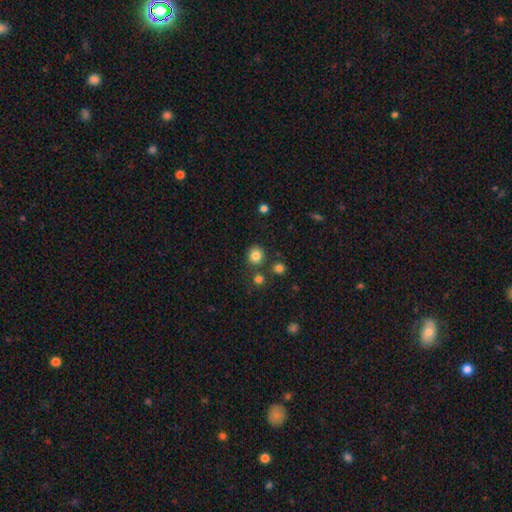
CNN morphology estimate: Smooth or featured: smooth — 83% (star or artifact — 12%)
How rounded: round — 89% (in between — 10%)
Merging: none — 83% (minor disturbance — 8%)